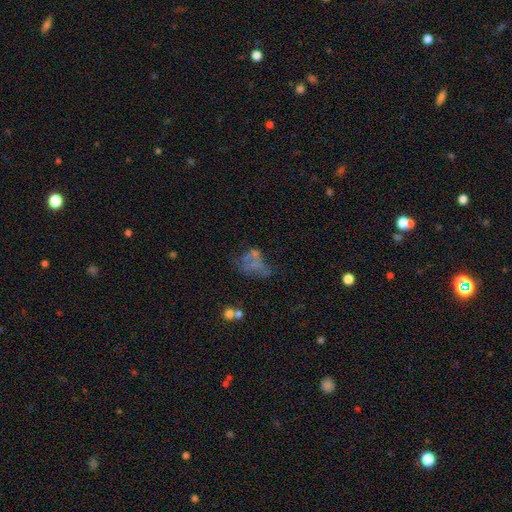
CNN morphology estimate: A featured or disk galaxy (46%).

Vote fractions:
- Smooth or featured? featured or disk: 46% / smooth: 30% / star or artifact: 25%
- Merging? none: 34% / major disturbance: 31% / minor disturbance: 18% / merger: 18%